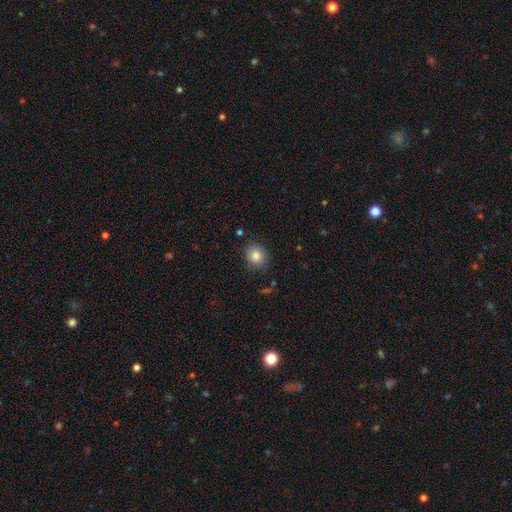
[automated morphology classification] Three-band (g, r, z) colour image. It shows a smooth galaxy with no disk features (85%) that is round (68%). Merging: none (84%).